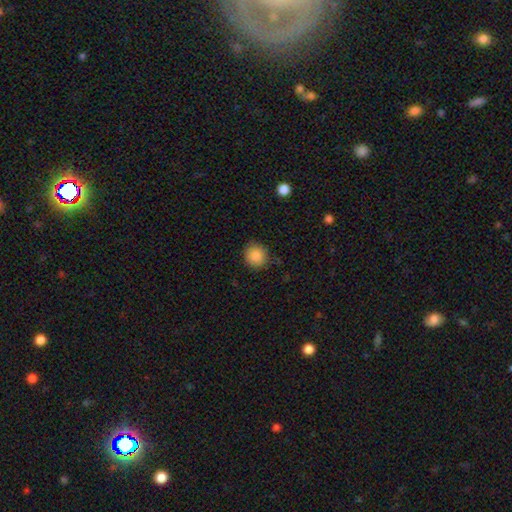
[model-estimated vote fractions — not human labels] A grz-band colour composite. It shows a smooth galaxy with no disk features (87%) that is round (91%). Merging: none (85%).